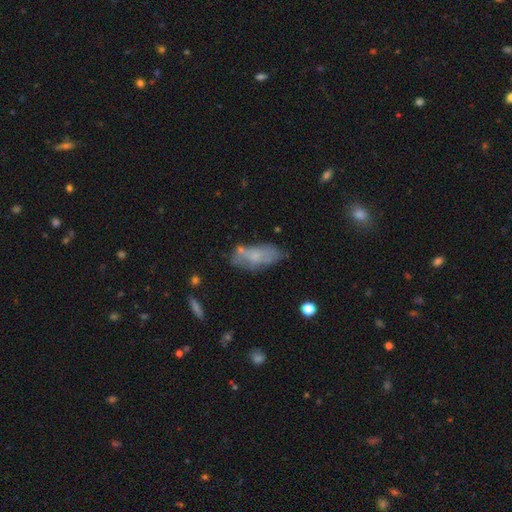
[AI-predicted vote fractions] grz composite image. It shows a smooth galaxy with no disk features (57%) that is in between round and cigar-shaped (80%). Merging: none (53%).